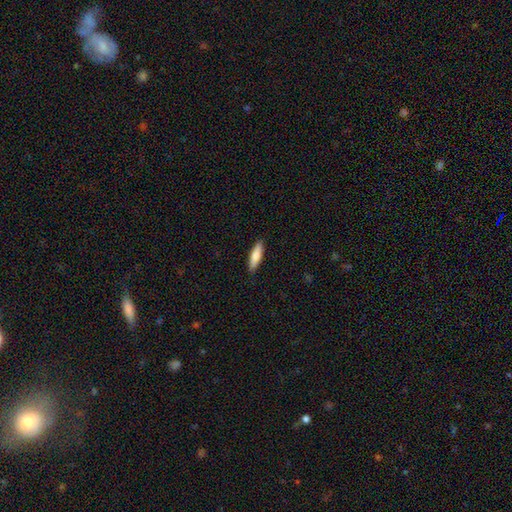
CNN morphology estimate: type=smooth (74%); roundness=cigar-shaped (69%); merging=none (90%).